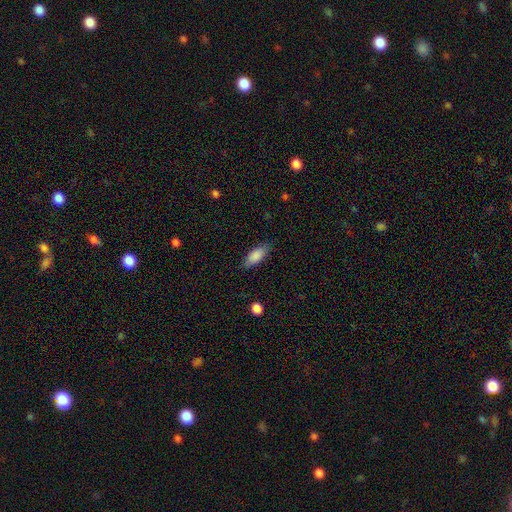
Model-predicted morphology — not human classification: This appears to be a smooth galaxy with no disk features (86%) that is in between round and cigar-shaped (76%). Merging: none (83%).